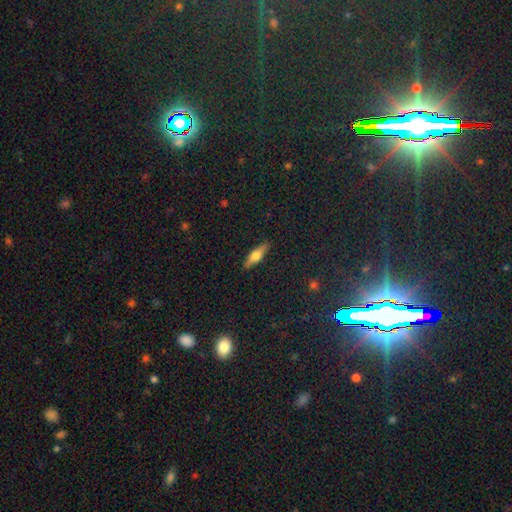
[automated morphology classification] smooth_or_featured: featured or disk (p=0.50) [alt: smooth p=0.43]
disk_edge_on: yes (p=0.93) [alt: no p=0.07]
merging: none (p=0.90) [alt: minor disturbance p=0.07]